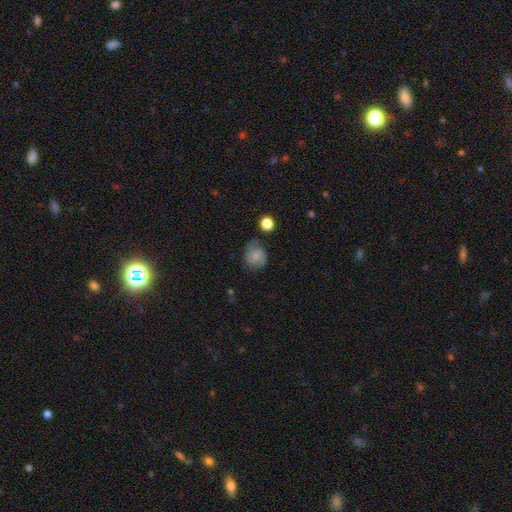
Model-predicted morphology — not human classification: A smooth galaxy with no disk features (59%) that is round (70%).

Vote fractions:
- Smooth or featured? smooth: 59% / featured or disk: 30% / star or artifact: 11%
- How rounded? round: 70% / in between: 29% / cigar-shaped: 1%
- Merging? none: 64% / minor disturbance: 25% / major disturbance: 8% / merger: 3%